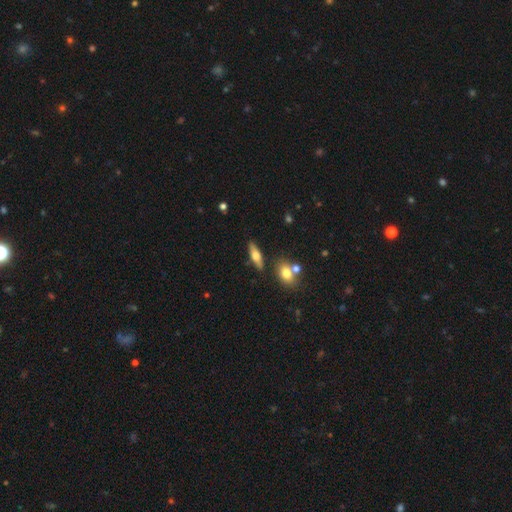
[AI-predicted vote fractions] The model was most divided on "smooth or featured": featured or disk: 49%, smooth: 44%, star or artifact: 7%. More confident: merging — none (82%).